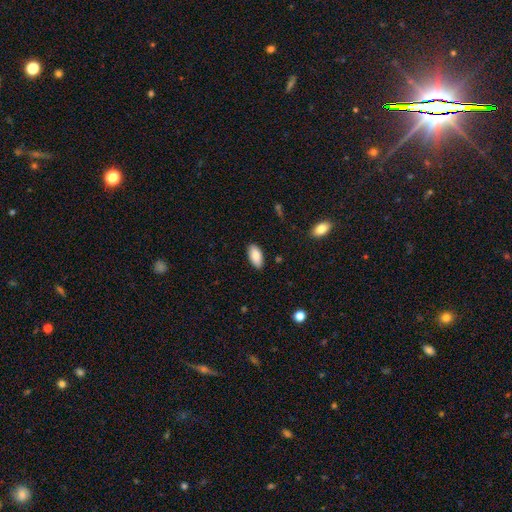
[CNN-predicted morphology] Overall: smooth (87%). How rounded: in between (92%). Merging: none (88%).